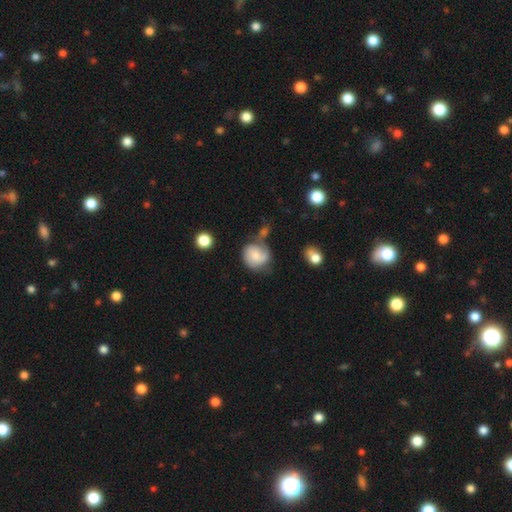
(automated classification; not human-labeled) Q: Smooth or featured?
A: smooth (55%); runner-up: featured or disk (37%)
Q: How rounded?
A: round (75%); runner-up: in between (24%)
Q: Merging?
A: none (46%); runner-up: minor disturbance (26%)